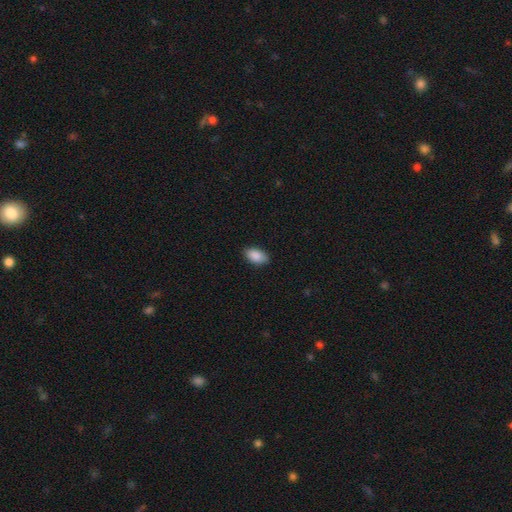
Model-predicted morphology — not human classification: smooth_or_featured: smooth (p=0.89) [alt: star or artifact p=0.06]
how_rounded: in between (p=0.94) [alt: round p=0.04]
merging: none (p=0.87) [alt: minor disturbance p=0.10]